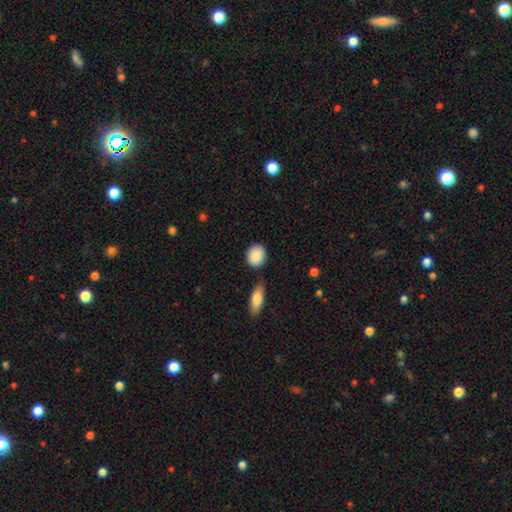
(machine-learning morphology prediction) A smooth galaxy with no disk features (89%) that is round (52%). Merging: none (78%).